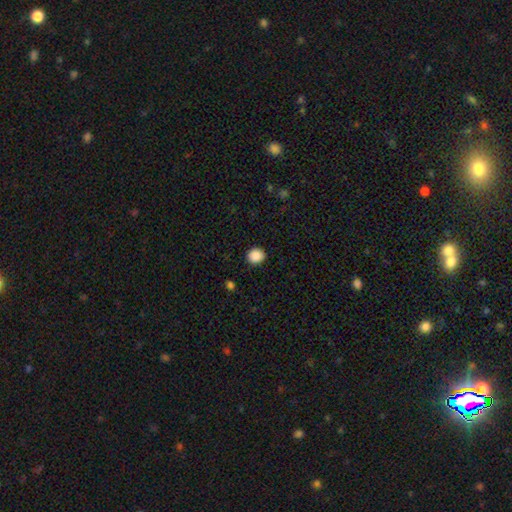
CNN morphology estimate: Smooth or featured: smooth — 88% (star or artifact — 9%)
How rounded: round — 88% (in between — 11%)
Merging: none — 91% (minor disturbance — 6%)